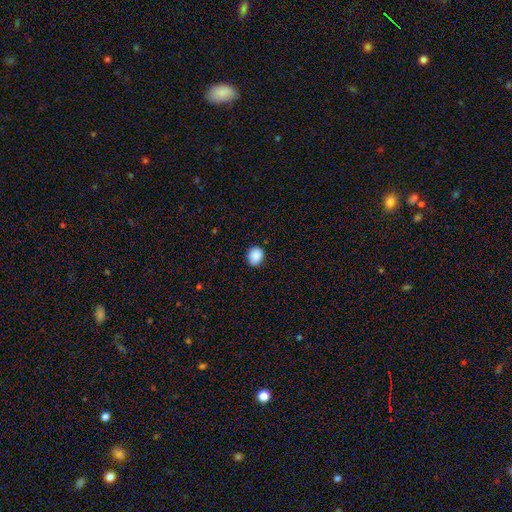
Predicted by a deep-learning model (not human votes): smooth-or-featured: smooth: 89% | star or artifact: 8% | featured or disk: 3%
  how-rounded: round: 63% | in between: 36% | cigar-shaped: 1%
  merging: none: 83% | minor disturbance: 13% | major disturbance: 2% | merger: 1%